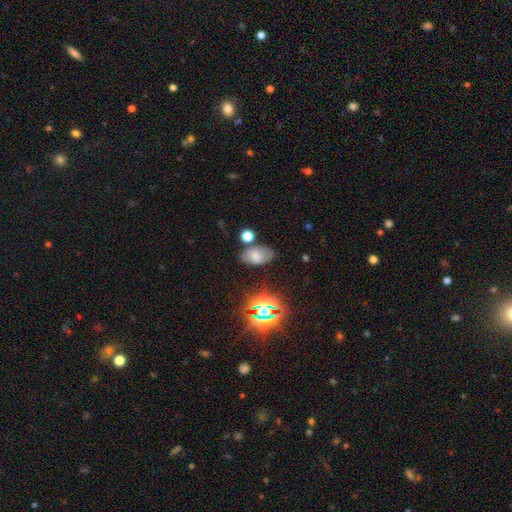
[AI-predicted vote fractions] Overall: smooth (64%). How rounded: in between (90%). Merging: none (66%).